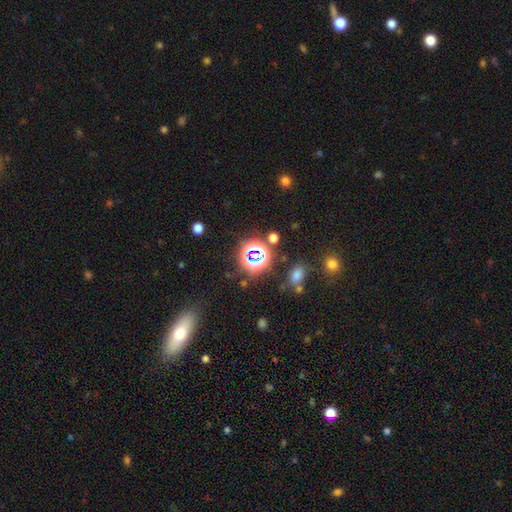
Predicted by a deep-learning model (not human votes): Smooth or featured?
  - star or artifact: 67% *
  - smooth: 24%
  - featured or disk: 9%